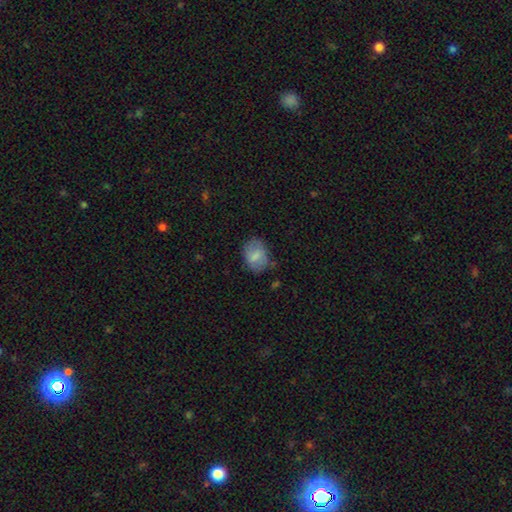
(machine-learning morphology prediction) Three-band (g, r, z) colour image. It shows a smooth galaxy with no disk features (72%) that is in between round and cigar-shaped (71%). Merging: none (68%).